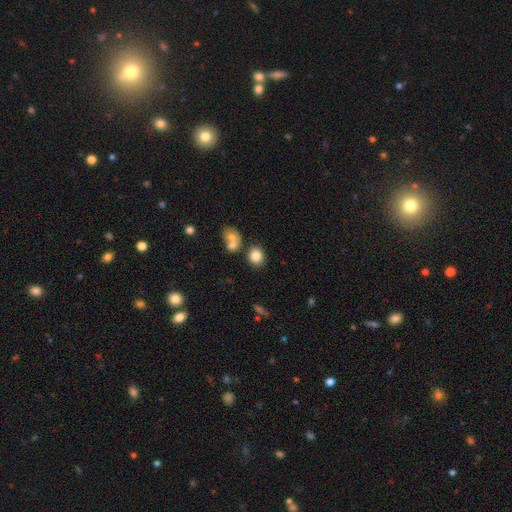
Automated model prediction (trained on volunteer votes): Smooth or featured: smooth — 82% (star or artifact — 10%)
How rounded: round — 67% (in between — 32%)
Merging: none — 67% (merger — 19%)